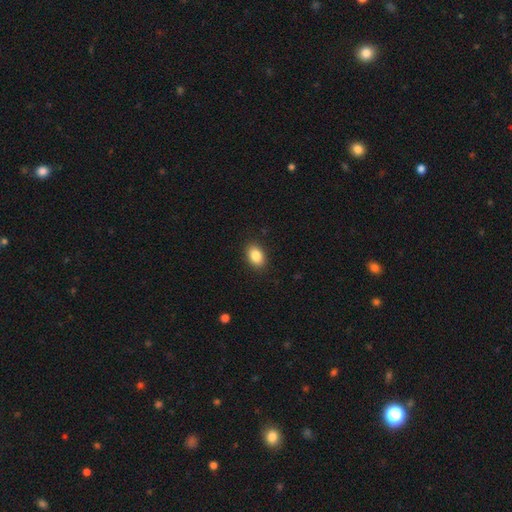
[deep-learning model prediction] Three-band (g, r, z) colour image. It shows a smooth galaxy with no disk features (87%) that is in between round and cigar-shaped (85%). Merging: none (89%).